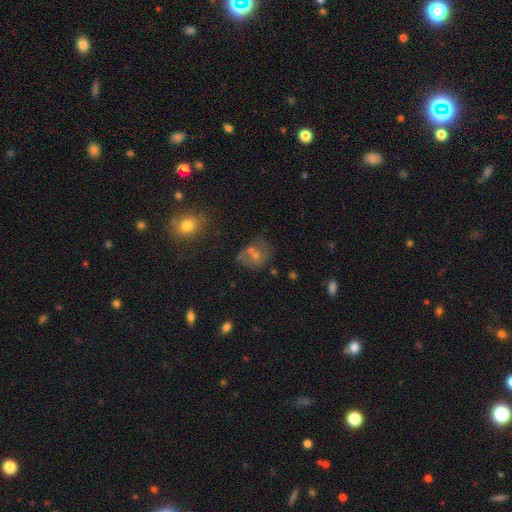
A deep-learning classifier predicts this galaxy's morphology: smooth_or_featured: smooth (p=0.39) [alt: featured or disk p=0.35]
merging: none (p=0.54) [alt: minor disturbance p=0.18]